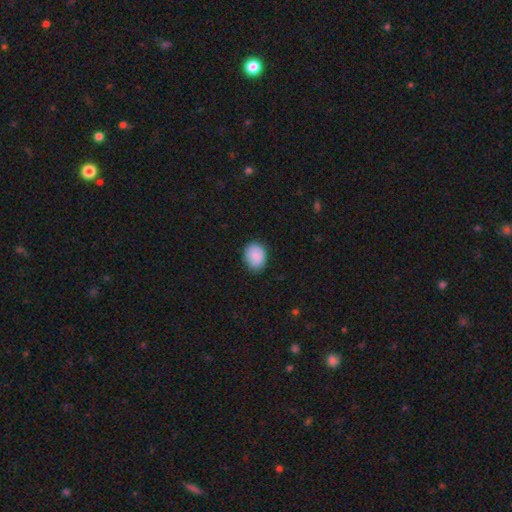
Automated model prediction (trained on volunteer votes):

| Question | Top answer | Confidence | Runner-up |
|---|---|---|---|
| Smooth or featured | smooth | 86% | star or artifact (7%) |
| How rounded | in between | 62% | round (37%) |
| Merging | none | 80% | minor disturbance (16%) |